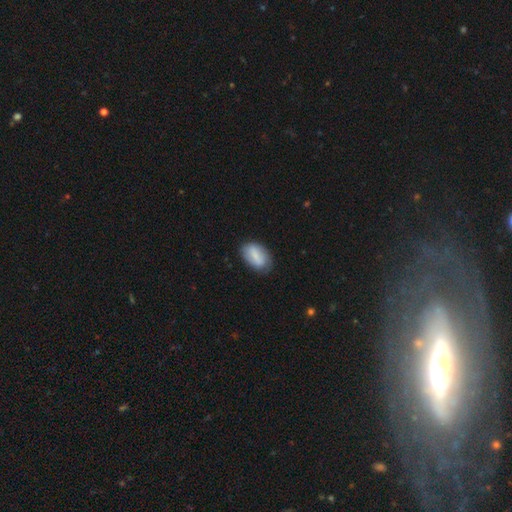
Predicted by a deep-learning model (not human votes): The model was most divided on "merging": none: 69%, minor disturbance: 24%, major disturbance: 5%, merger: 2%. More confident: how rounded — in between (91%); smooth or featured — smooth (72%).